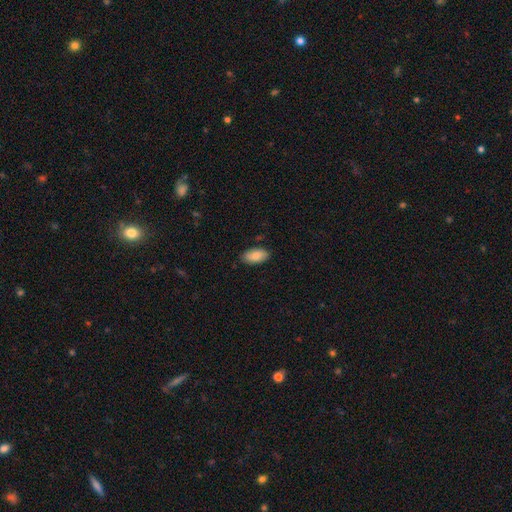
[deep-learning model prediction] Smooth or featured?
  - smooth: 87% *
  - featured or disk: 7%
  - star or artifact: 6%
How rounded?
  - in between: 94% *
  - cigar-shaped: 4%
  - round: 2%
Merging?
  - none: 87% *
  - minor disturbance: 10%
  - major disturbance: 2%
  - merger: 1%